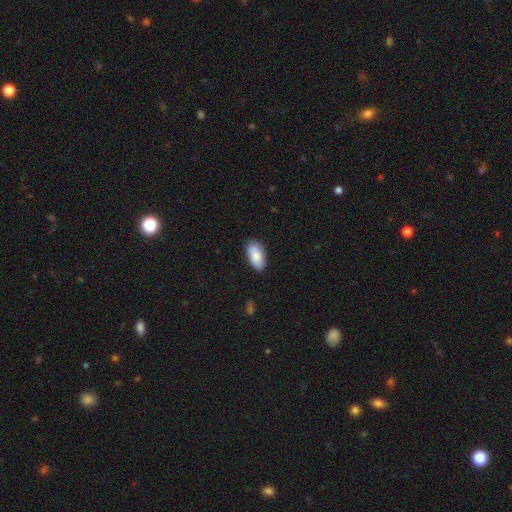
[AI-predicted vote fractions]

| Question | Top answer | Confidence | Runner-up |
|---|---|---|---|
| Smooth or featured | smooth | 83% | featured or disk (11%) |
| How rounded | in between | 93% | cigar-shaped (4%) |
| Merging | none | 80% | minor disturbance (16%) |